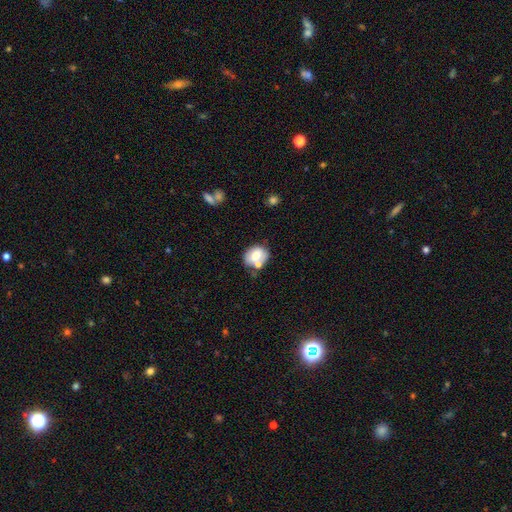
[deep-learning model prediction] This is likely a smooth galaxy (66%). How rounded: possibly round (55%). Merging: possibly none (48%).